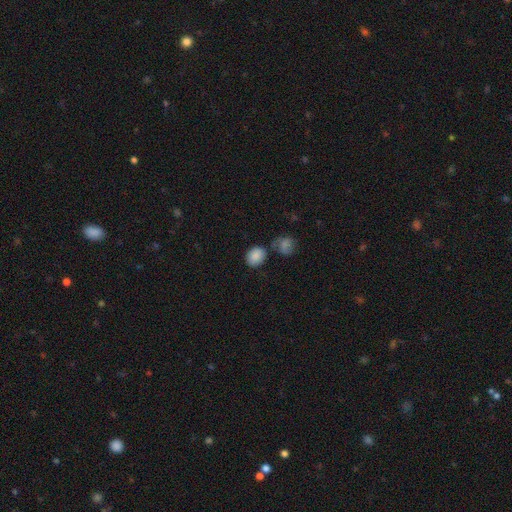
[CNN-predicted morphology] The model was most divided on "how rounded": in between: 50%, round: 49%, cigar-shaped: 1%. More confident: smooth or featured — smooth (86%); merging — none (61%).